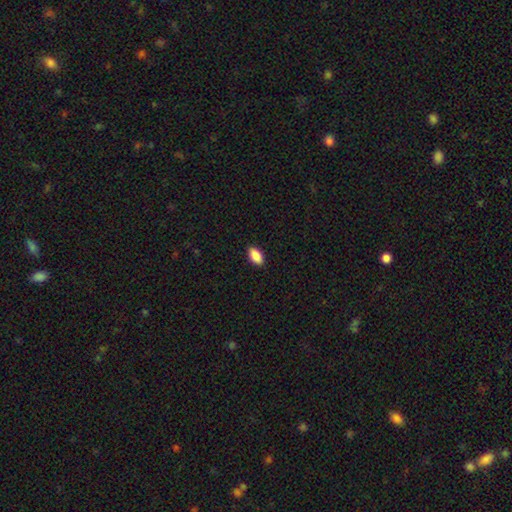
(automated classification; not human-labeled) smooth 89%, star or artifact 7%, featured or disk 4%. Down the decision tree: how rounded — in between (93%); merging — none (89%).